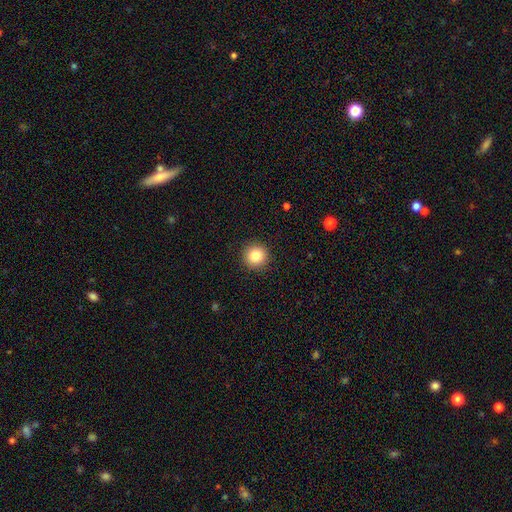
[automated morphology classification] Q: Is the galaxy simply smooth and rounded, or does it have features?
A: smooth — 85%.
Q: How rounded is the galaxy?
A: round — 95%.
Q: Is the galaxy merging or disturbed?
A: none — 92%.